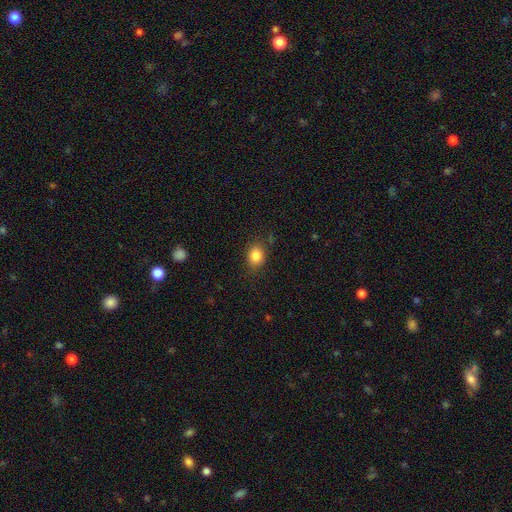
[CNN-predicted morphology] Overall: smooth (84%). How rounded: round (56%; in between 43%). Merging: none (82%).